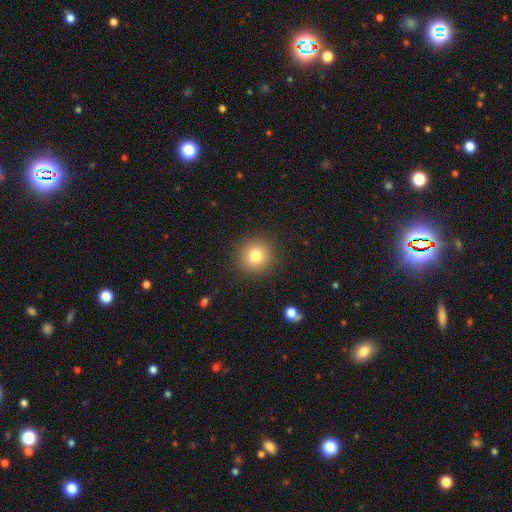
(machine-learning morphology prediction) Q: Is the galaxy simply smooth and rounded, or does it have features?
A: smooth — 80%.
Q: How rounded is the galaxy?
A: round — 93%.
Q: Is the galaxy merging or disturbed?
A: none — 90%.